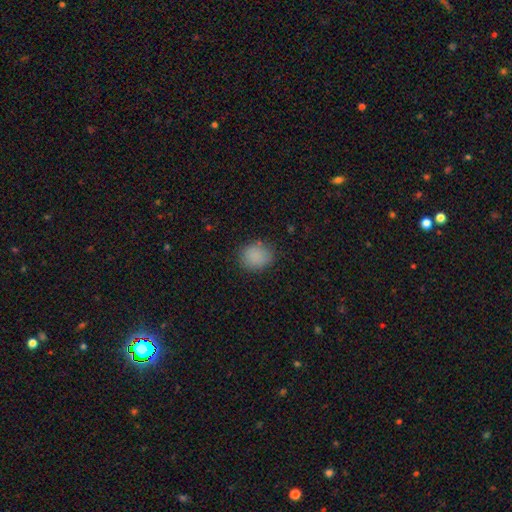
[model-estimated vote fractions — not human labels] A smooth galaxy with no disk features (86%) that is round (74%).

Vote fractions:
- Smooth or featured? smooth: 86% / star or artifact: 10% / featured or disk: 4%
- How rounded? round: 74% / in between: 25% / cigar-shaped: 1%
- Merging? none: 82% / minor disturbance: 13% / major disturbance: 3% / merger: 1%